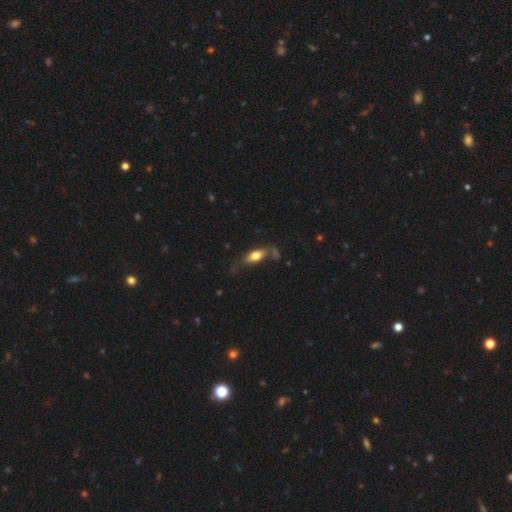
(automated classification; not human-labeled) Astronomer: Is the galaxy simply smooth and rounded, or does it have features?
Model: smooth — 69%.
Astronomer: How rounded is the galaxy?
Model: in between — 76%.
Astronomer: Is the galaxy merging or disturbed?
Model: none — 55%.